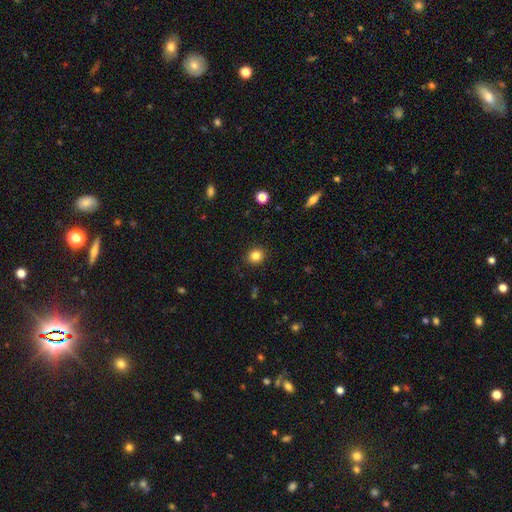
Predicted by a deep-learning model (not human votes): This is clearly a smooth galaxy (83%). How rounded: clearly round (81%). Merging: clearly none (91%).